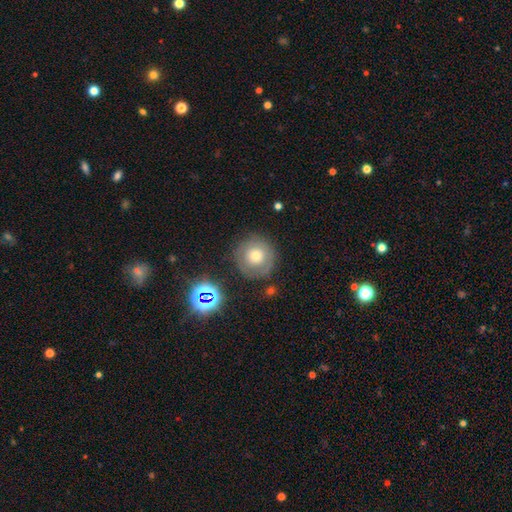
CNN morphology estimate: Smooth or featured? Predicted: smooth (p=0.58). How rounded? Predicted: round (p=0.94). Merging? Predicted: none (p=0.78).